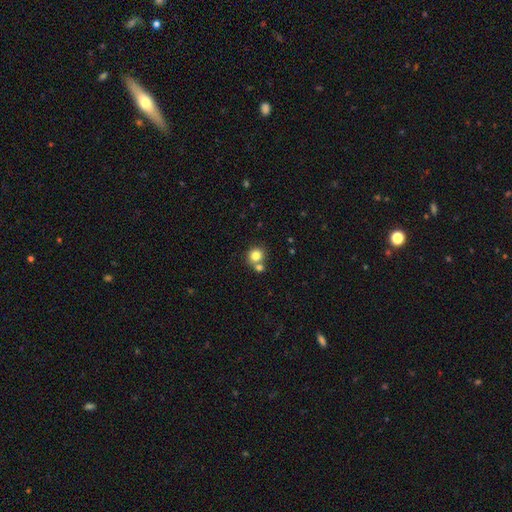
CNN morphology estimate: A smooth galaxy with no disk features (80%) that is round (86%). Merging: none (55%).